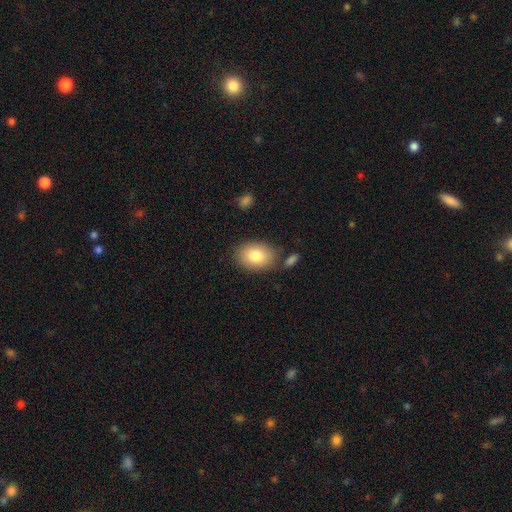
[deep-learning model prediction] The model was most divided on "how rounded": in between: 80%, round: 19%, cigar-shaped: 1%. More confident: smooth or featured — smooth (82%); merging — none (79%).